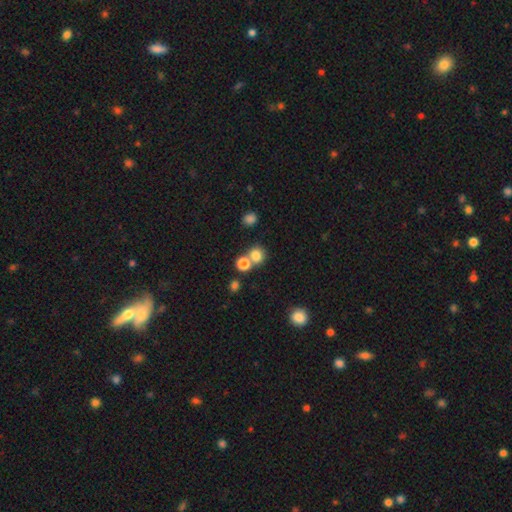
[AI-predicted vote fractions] A smooth galaxy with no disk features (79%) that is round (81%).

Vote fractions:
- Smooth or featured? smooth: 79% / star or artifact: 13% / featured or disk: 8%
- How rounded? round: 81% / in between: 18% / cigar-shaped: 1%
- Merging? none: 54% / merger: 35% / minor disturbance: 8% / major disturbance: 3%